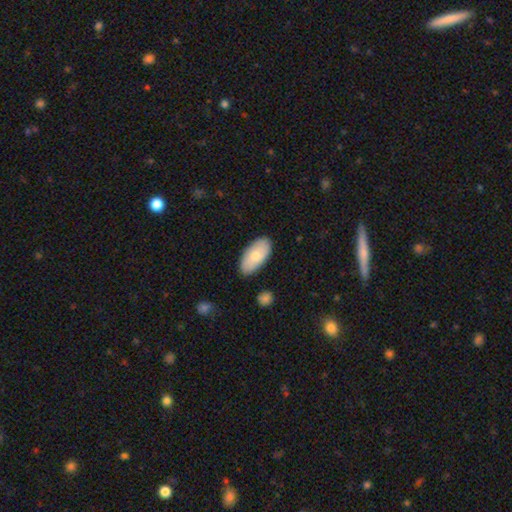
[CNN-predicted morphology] smooth 77%, featured or disk 18%, star or artifact 6%. Down the decision tree: how rounded — in between (95%); merging — none (84%).